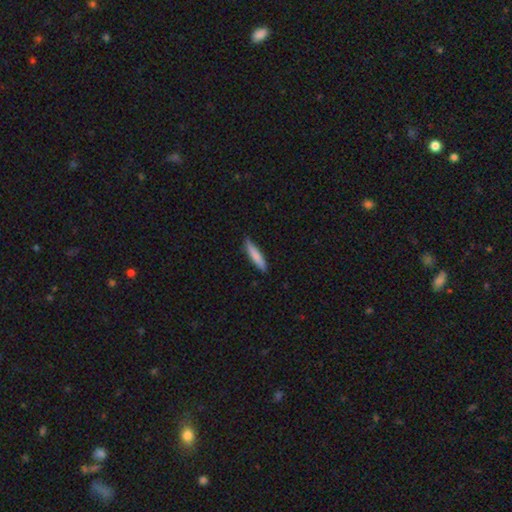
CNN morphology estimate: type=smooth (79%); roundness=cigar-shaped (87%); merging=none (83%).